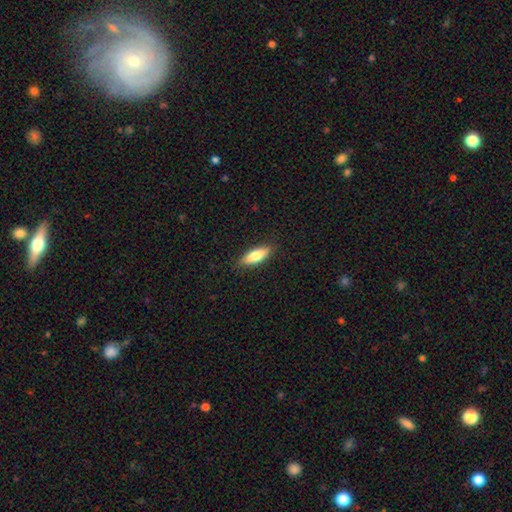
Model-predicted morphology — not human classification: smooth 78%, featured or disk 17%, star or artifact 6%. Down the decision tree: how rounded — in between (59%); merging — none (88%).